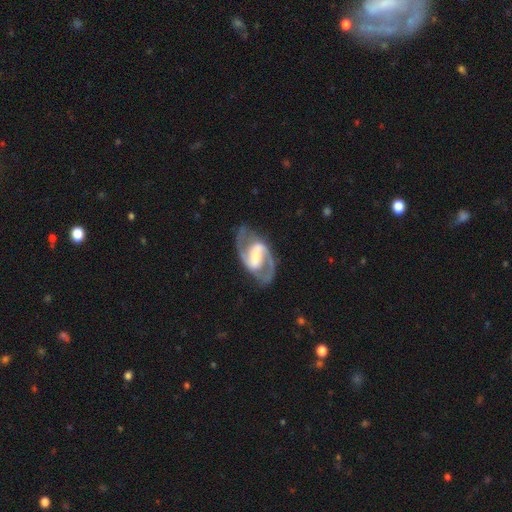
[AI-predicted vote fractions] A featured or disk galaxy (89%) with a strong bar (57%), 2 (93%) medium (59%) spiral arms (96%) and a moderate central bulge (31%).

Vote fractions:
- Smooth or featured? featured or disk: 89% / smooth: 6% / star or artifact: 4%
- Edge-on disk? no: 97% / yes: 3%
- Bar? strong: 57% / weak: 32% / no: 11%
- Spiral arms? yes: 96% / no: 4%
- Spiral winding? medium: 59% / tight: 21% / loose: 20%
- Spiral arm count? 2: 93% / can't tell: 2% / 1: 1% / 3: 1% / 4: 1% / more than 4: 1%
- Bulge size? moderate: 31% / small: 28% / large: 22% / none: 16% / dominant: 3%
- Merging? none: 76% / minor disturbance: 15% / major disturbance: 8% / merger: 2%